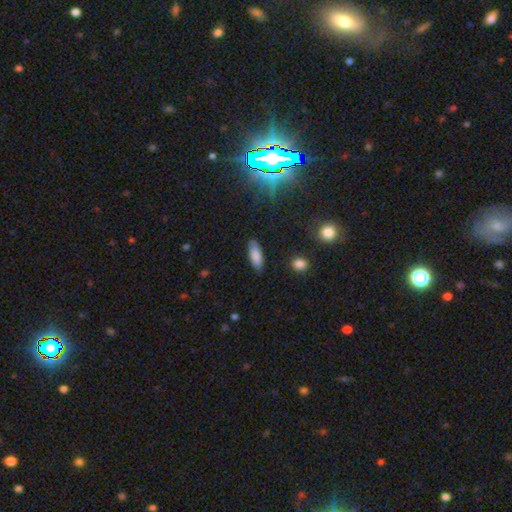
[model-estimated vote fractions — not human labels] Smooth or featured: smooth — 85% (featured or disk — 8%)
How rounded: in between — 70% (cigar-shaped — 28%)
Merging: none — 85% (minor disturbance — 12%)